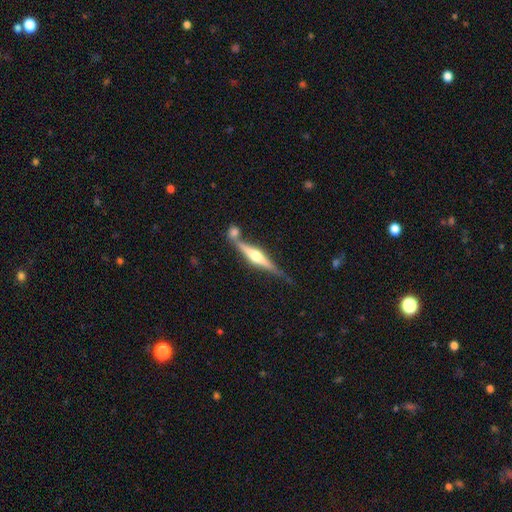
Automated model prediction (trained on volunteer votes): This appears to be a featured or disk galaxy (76%) viewed edge-on (97%) with a rounded central bulge (91%). Merging: none (59%).